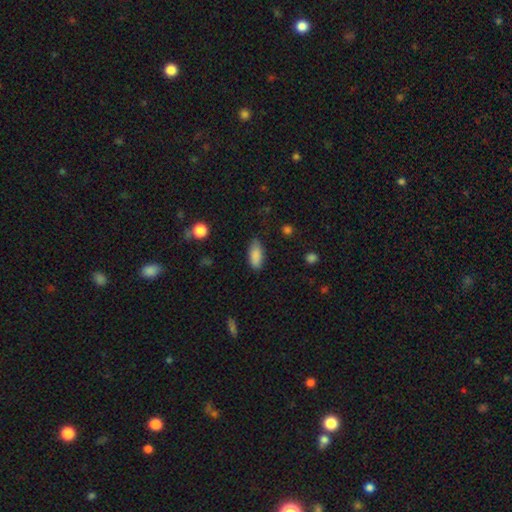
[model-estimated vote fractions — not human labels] smooth 87%, star or artifact 7%, featured or disk 5%. Down the decision tree: how rounded — in between (84%); merging — none (79%).